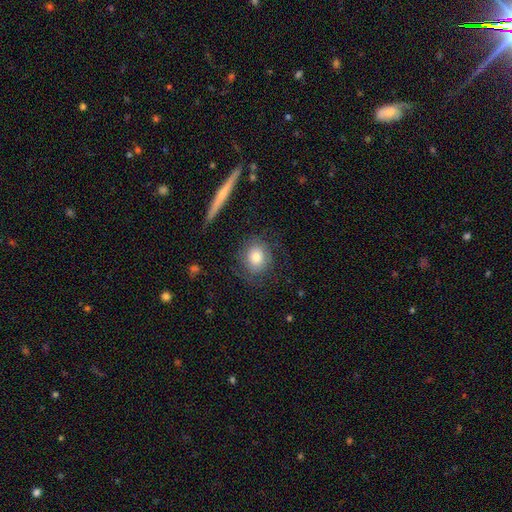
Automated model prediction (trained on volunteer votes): Smooth or featured? Predicted: smooth (p=0.70). How rounded? Predicted: round (p=0.78). Merging? Predicted: none (p=0.77).